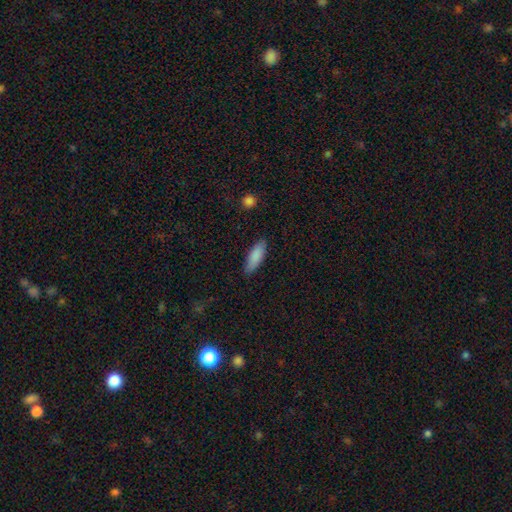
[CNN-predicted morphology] smooth-or-featured: smooth: 87% | featured or disk: 7% | star or artifact: 6%
  how-rounded: in between: 60% | cigar-shaped: 39% | round: 2%
  merging: none: 85% | minor disturbance: 12% | major disturbance: 2% | merger: 1%